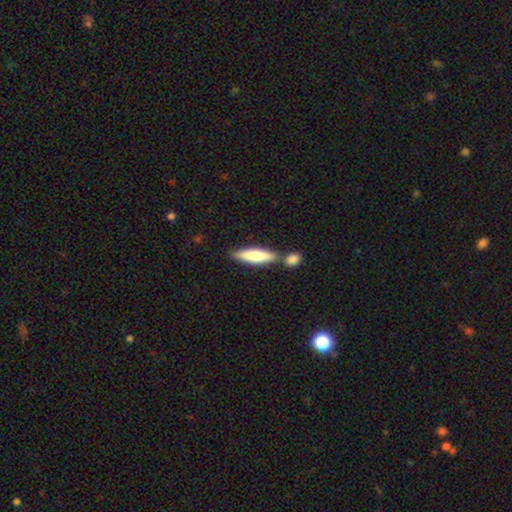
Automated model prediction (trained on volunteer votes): The model was most divided on "how rounded": cigar-shaped: 69%, in between: 29%, round: 2%. More confident: smooth or featured — smooth (73%); merging — none (65%).